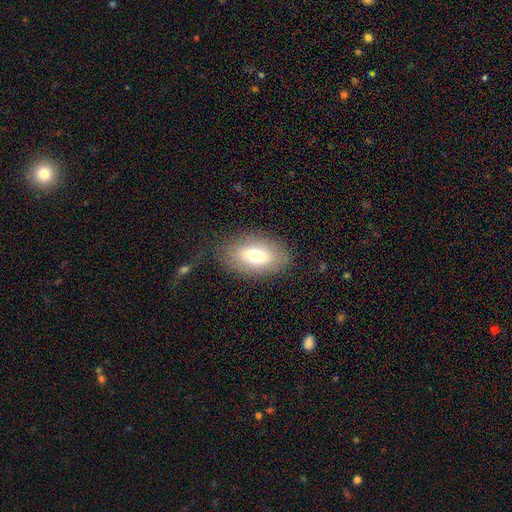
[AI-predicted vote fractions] smooth 71%, featured or disk 21%, star or artifact 9%. Down the decision tree: how rounded — in between (90%); merging — none (78%).